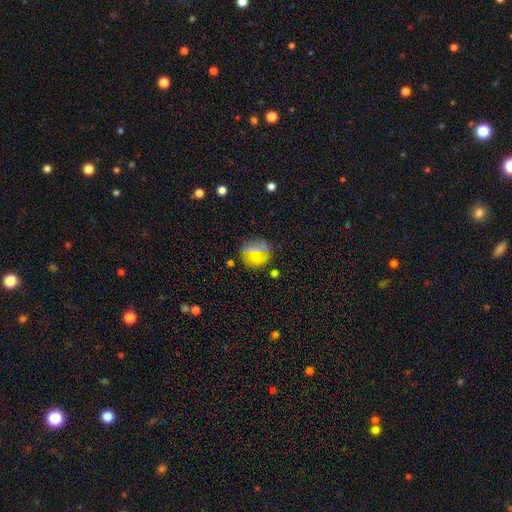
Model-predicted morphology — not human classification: A smooth galaxy with no disk features (63%) that is round (87%).

Vote fractions:
- Smooth or featured? smooth: 63% / featured or disk: 19% / star or artifact: 19%
- How rounded? round: 87% / in between: 11% / cigar-shaped: 2%
- Merging? none: 75% / minor disturbance: 14% / major disturbance: 6% / merger: 5%